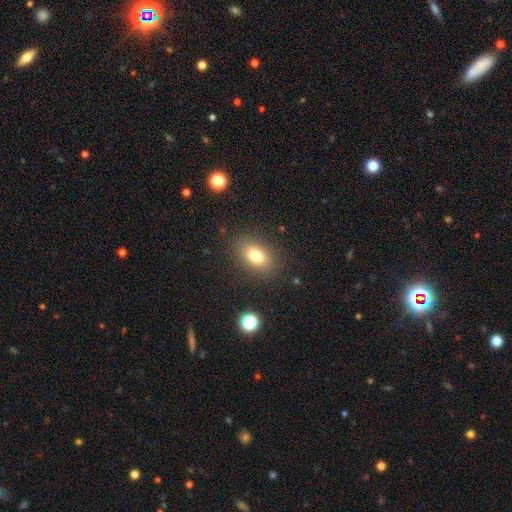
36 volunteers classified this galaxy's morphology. Volunteers were most divided on "how rounded": in between: 81%, round: 13%, cigar-shaped: 6%. More confident: smooth or featured — smooth (86%); merging — none (85%).